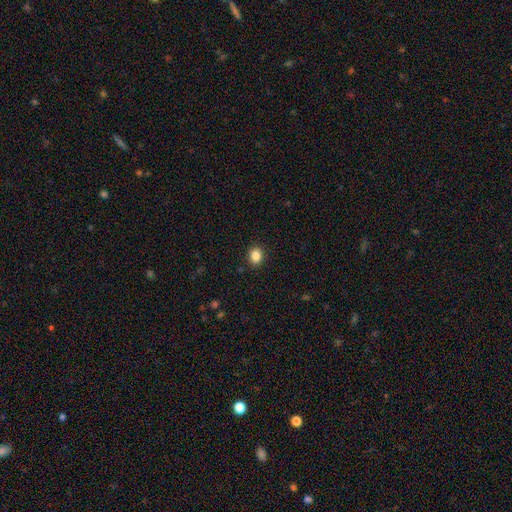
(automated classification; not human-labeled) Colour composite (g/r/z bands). It shows a smooth galaxy with no disk features (86%) that is round (51%). Merging: none (90%).